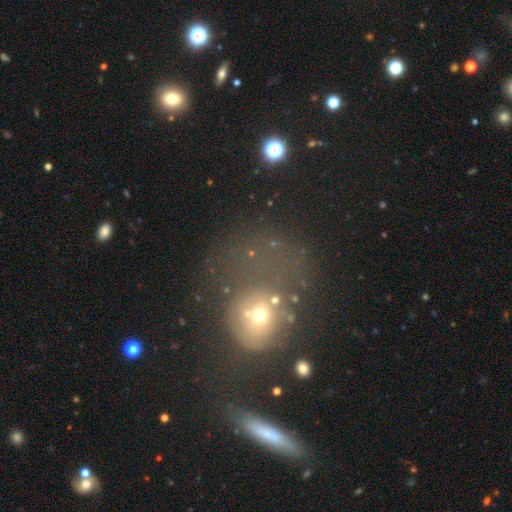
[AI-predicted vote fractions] Smooth or featured? Predicted: smooth (p=0.44). Merging? Predicted: none (p=0.32).